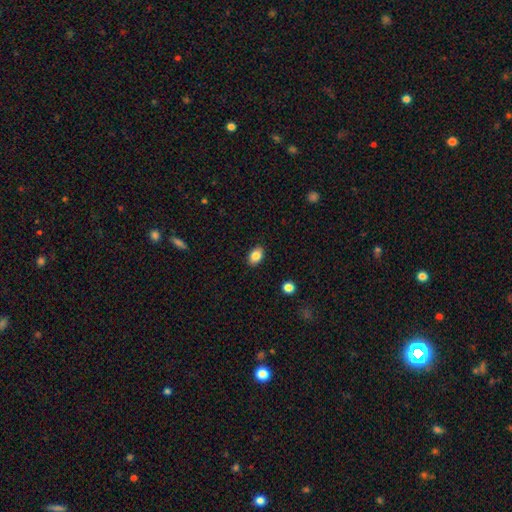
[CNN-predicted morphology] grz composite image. It shows a smooth galaxy with no disk features (85%) that is in between round and cigar-shaped (86%). Merging: none (88%).